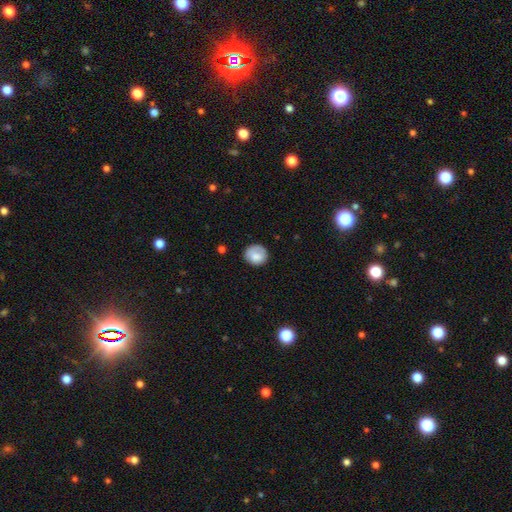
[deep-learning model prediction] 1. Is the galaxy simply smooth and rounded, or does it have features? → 78% smooth, 14% featured or disk, 7% star or artifact.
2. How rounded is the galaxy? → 84% round, 15% in between, 1% cigar-shaped.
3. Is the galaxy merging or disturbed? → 72% none, 19% minor disturbance, 6% major disturbance, 2% merger.